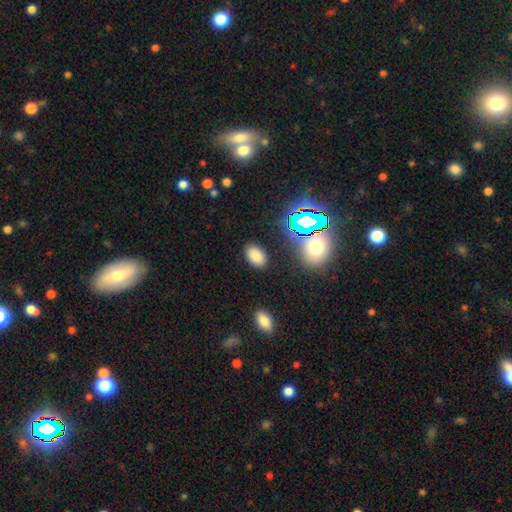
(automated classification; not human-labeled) The model was most divided on "smooth or featured": smooth: 79%, star or artifact: 16%, featured or disk: 6%. More confident: how rounded — in between (90%); merging — none (87%).